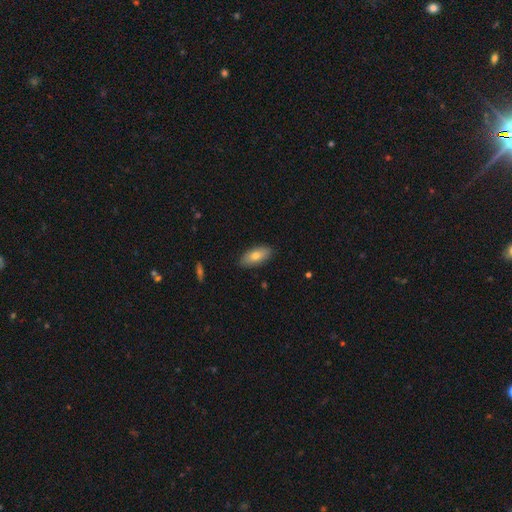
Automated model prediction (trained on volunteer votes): Overall: smooth (76%). How rounded: in between (88%). Merging: none (86%).